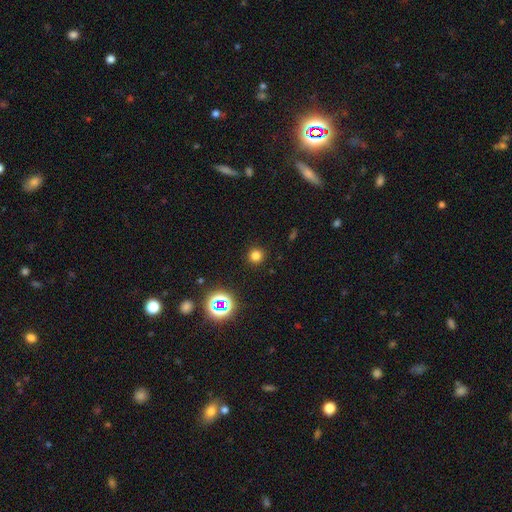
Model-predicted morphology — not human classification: smooth 75%, star or artifact 20%, featured or disk 5%. Down the decision tree: how rounded — round (95%); merging — none (91%).